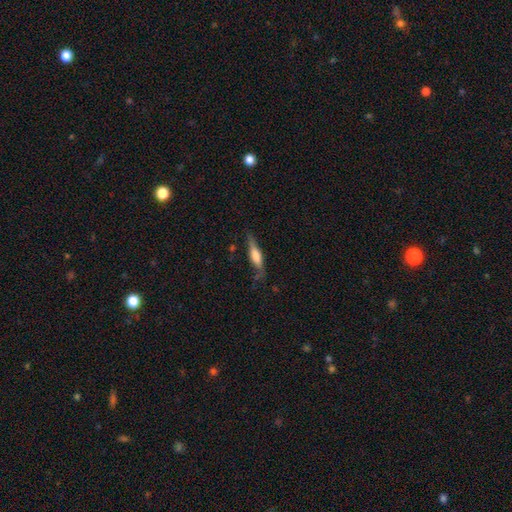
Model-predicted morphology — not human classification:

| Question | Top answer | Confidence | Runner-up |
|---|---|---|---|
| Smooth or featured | smooth | 51% | featured or disk (43%) |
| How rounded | cigar-shaped | 72% | in between (26%) |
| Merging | none | 70% | minor disturbance (22%) |